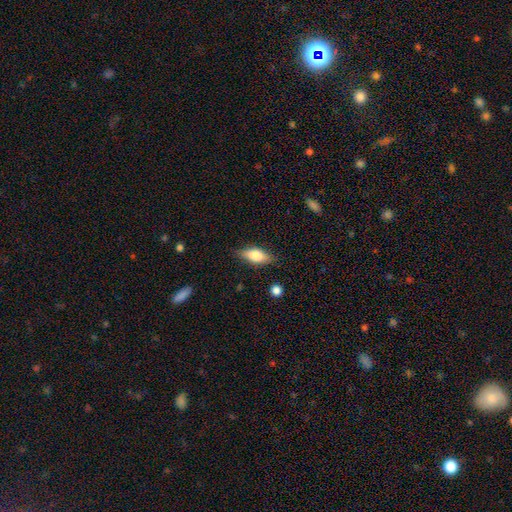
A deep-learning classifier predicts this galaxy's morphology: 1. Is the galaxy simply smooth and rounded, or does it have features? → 68% smooth, 24% featured or disk, 7% star or artifact.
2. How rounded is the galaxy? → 77% in between, 19% cigar-shaped, 4% round.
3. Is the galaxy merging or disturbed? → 82% none, 13% minor disturbance, 3% major disturbance, 1% merger.